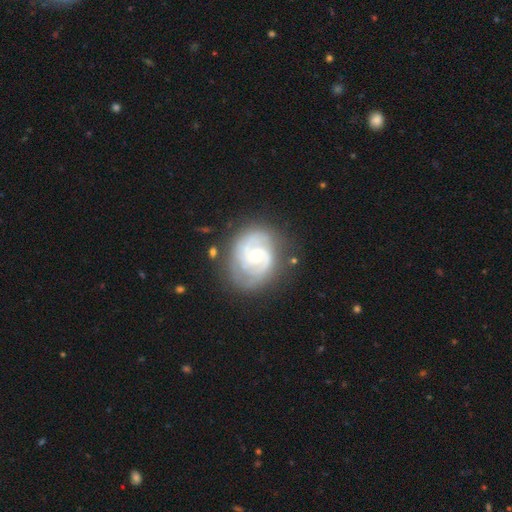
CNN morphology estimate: Smooth or featured? Predicted: featured or disk (p=0.88). Edge-on disk? Predicted: no (p=0.98). Bar? Predicted: no (p=0.62). Spiral arms? Predicted: yes (p=0.97). Spiral winding? Predicted: tight (p=0.55). Spiral arm count? Predicted: 2 (p=0.67). Bulge size? Predicted: moderate (p=0.53). Merging? Predicted: none (p=0.75).